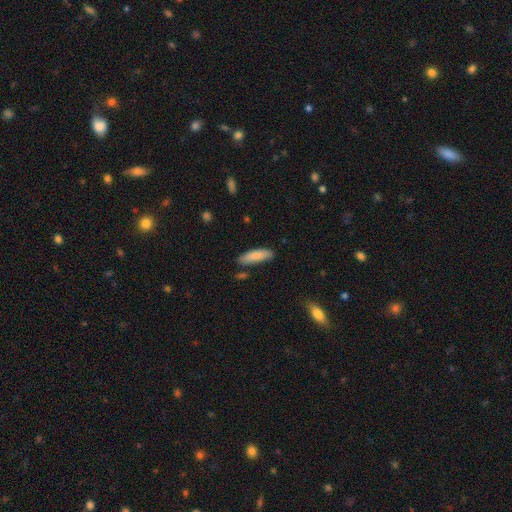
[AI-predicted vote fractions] Smooth or featured? smooth (86%)
How rounded? cigar-shaped (57%)
Merging? none (80%)